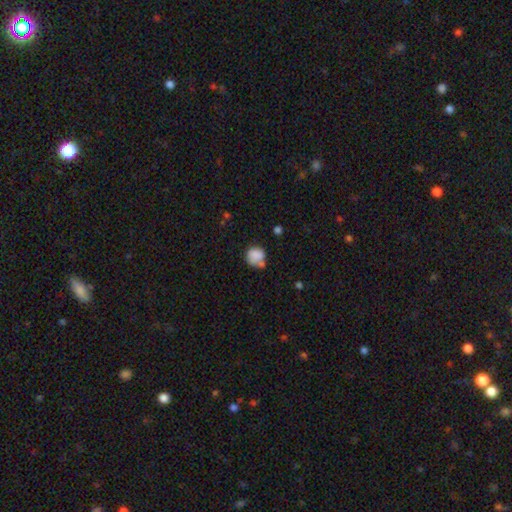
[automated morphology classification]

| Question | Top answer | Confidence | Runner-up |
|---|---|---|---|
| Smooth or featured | smooth | 81% | featured or disk (10%) |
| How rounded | round | 78% | in between (21%) |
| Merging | none | 47% | minor disturbance (24%) |